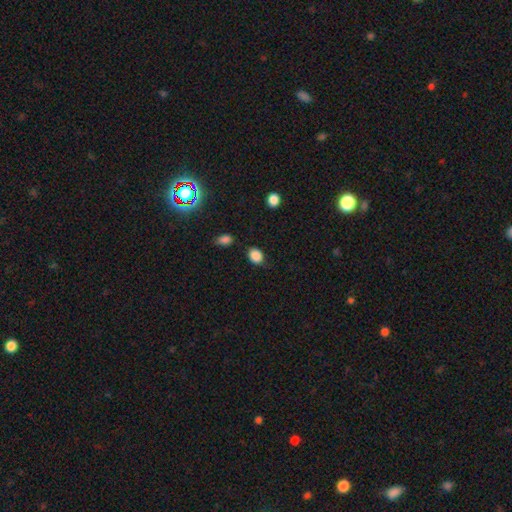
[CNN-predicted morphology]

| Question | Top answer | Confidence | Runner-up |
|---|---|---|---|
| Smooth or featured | smooth | 86% | star or artifact (10%) |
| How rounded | in between | 58% | round (40%) |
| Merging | none | 80% | minor disturbance (14%) |